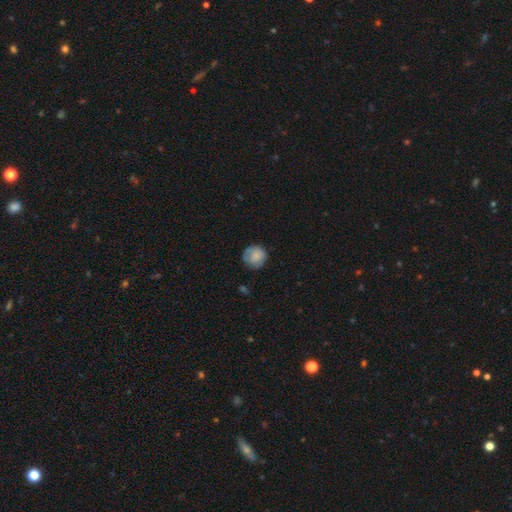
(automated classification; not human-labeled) Smooth or featured: smooth — 77% (featured or disk — 16%)
How rounded: round — 90% (in between — 9%)
Merging: none — 73% (minor disturbance — 21%)